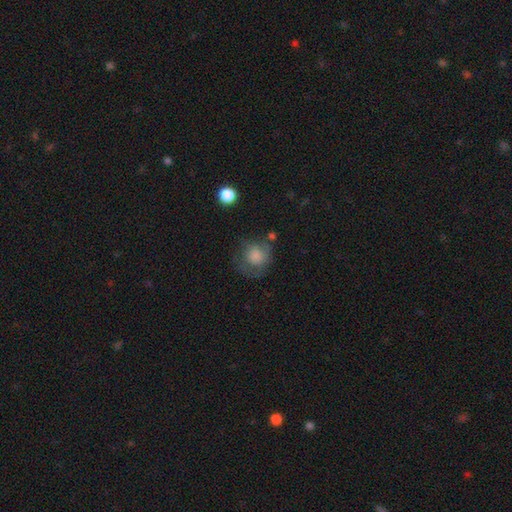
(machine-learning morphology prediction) Overall: smooth (73%). How rounded: round (83%). Merging: none (49%; minor disturbance 26%).